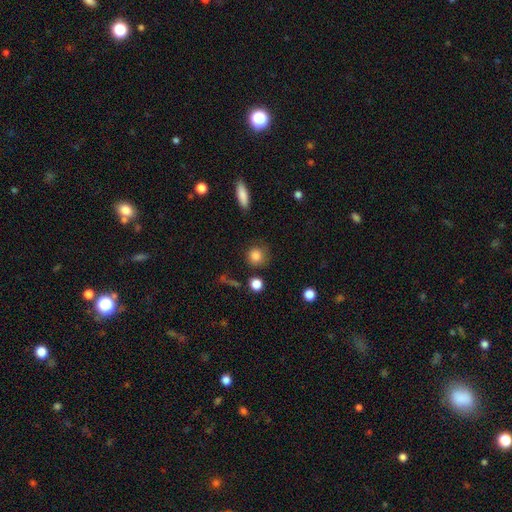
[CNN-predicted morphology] smooth-or-featured: smooth: 85% | star or artifact: 10% | featured or disk: 6%
  how-rounded: round: 87% | in between: 12% | cigar-shaped: 1%
  merging: none: 75% | minor disturbance: 16% | major disturbance: 6% | merger: 4%